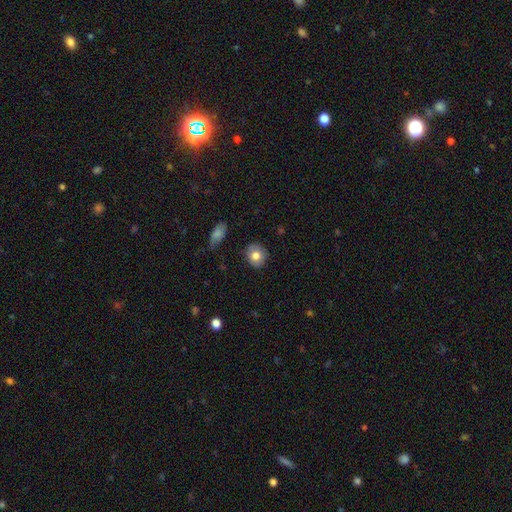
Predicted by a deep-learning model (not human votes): A smooth galaxy with no disk features (78%) that is round (81%).

Vote fractions:
- Smooth or featured? smooth: 78% / featured or disk: 13% / star or artifact: 8%
- How rounded? round: 81% / in between: 18% / cigar-shaped: 1%
- Merging? none: 84% / minor disturbance: 12% / major disturbance: 2% / merger: 1%